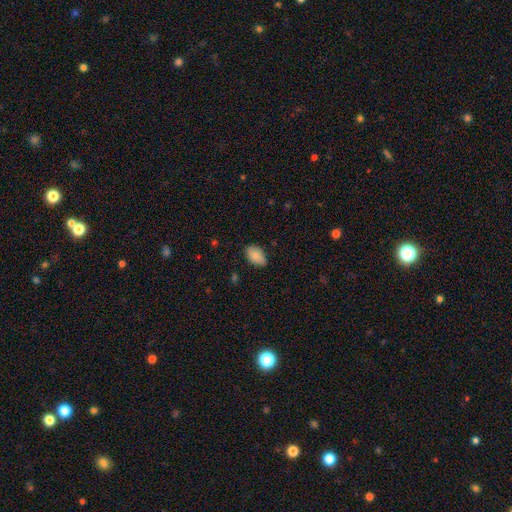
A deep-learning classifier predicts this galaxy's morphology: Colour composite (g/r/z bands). It shows a smooth galaxy with no disk features (83%) that is in between round and cigar-shaped (89%). Merging: none (79%).